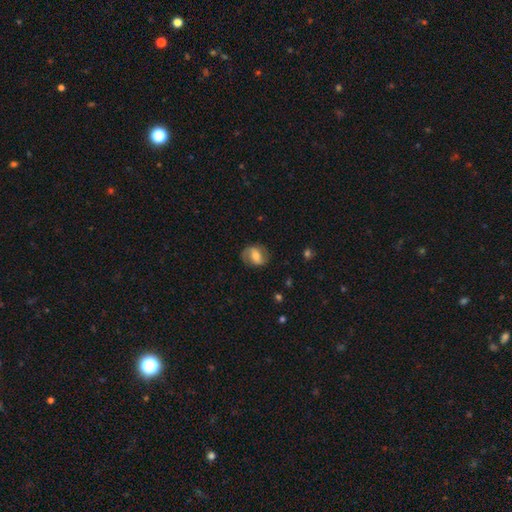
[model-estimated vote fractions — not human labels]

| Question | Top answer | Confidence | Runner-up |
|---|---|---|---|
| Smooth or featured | featured or disk | 63% | smooth (30%) |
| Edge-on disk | no | 97% | yes (3%) |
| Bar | weak | 43% | strong (31%) |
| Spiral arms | yes | 87% | no (13%) |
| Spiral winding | medium | 46% | loose (30%) |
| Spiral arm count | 2 | 85% | can't tell (7%) |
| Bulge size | moderate | 57% | small (27%) |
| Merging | none | 76% | minor disturbance (15%) |